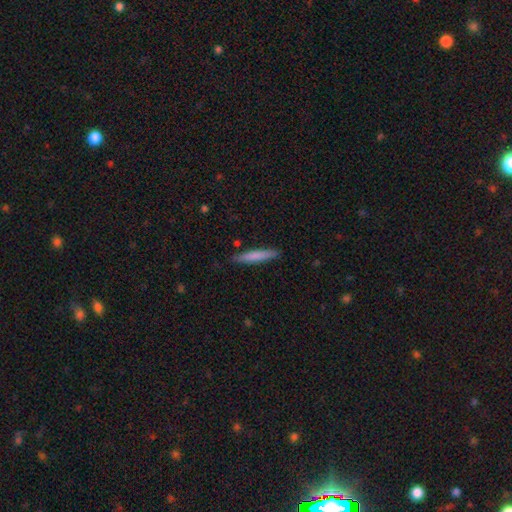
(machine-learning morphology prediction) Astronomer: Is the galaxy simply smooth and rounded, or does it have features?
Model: smooth — 74%.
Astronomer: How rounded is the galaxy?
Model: cigar-shaped — 93%.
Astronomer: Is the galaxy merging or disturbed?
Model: none — 87%.